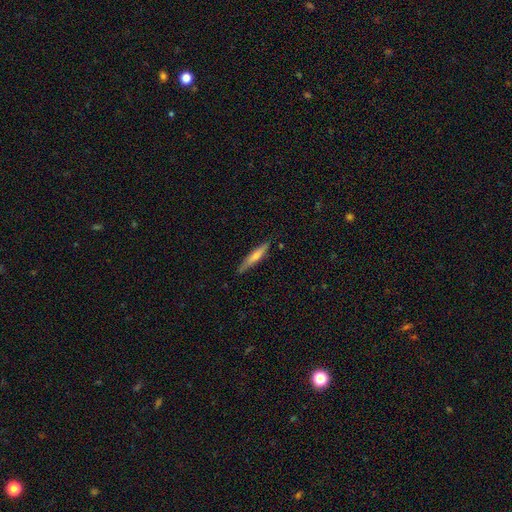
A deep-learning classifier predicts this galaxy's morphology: This is possibly a smooth galaxy (51%). How rounded: clearly cigar-shaped (92%). Merging: clearly none (84%).